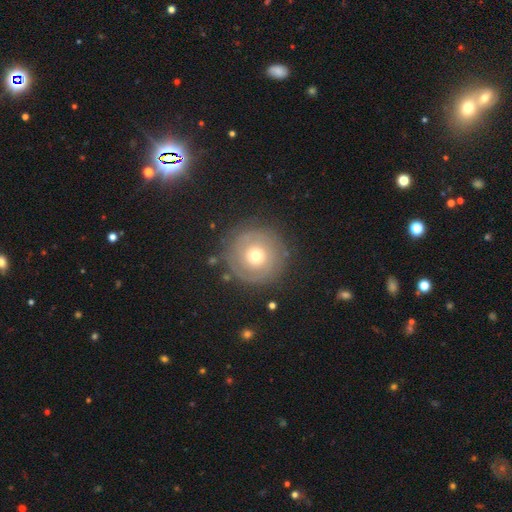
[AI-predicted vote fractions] smooth-or-featured: featured or disk: 52% | smooth: 39% | star or artifact: 9%
  disk-edge-on: no: 96% | yes: 4%
    bar: no: 88% | weak: 10% | strong: 3%
    has-spiral-arms: yes: 60% | no: 40%
    bulge-size: moderate: 66% | small: 22% | large: 9% | dominant: 2% | none: 1%
  merging: none: 84% | minor disturbance: 10% | major disturbance: 5% | merger: 2%